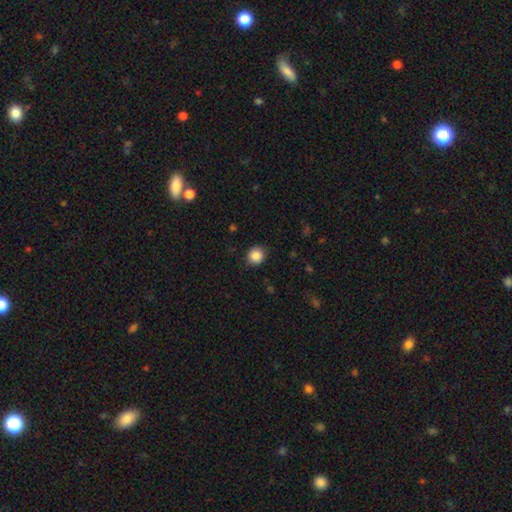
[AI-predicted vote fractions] A smooth galaxy with no disk features (87%) that is round (88%). Merging: none (85%).